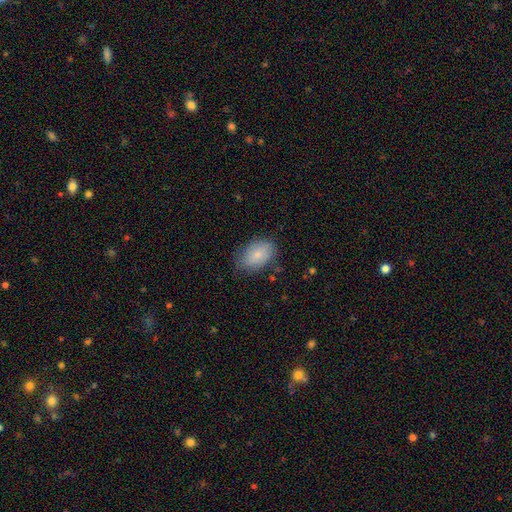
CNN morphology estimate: Smooth or featured?
  - smooth: 82% *
  - featured or disk: 11%
  - star or artifact: 7%
How rounded?
  - in between: 87% *
  - round: 12%
  - cigar-shaped: 1%
Merging?
  - none: 74% *
  - minor disturbance: 20%
  - major disturbance: 5%
  - merger: 1%